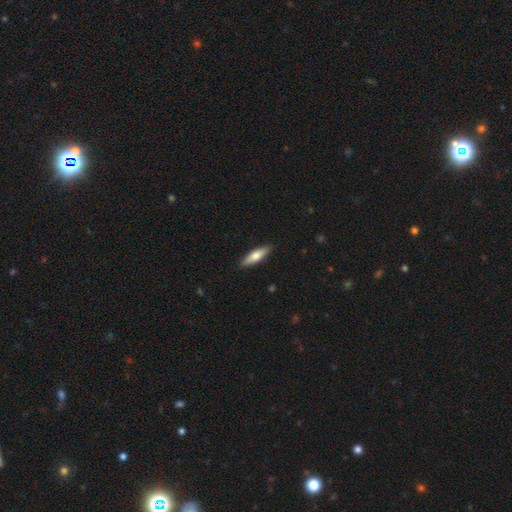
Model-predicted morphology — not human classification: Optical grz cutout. It shows a smooth galaxy with no disk features (66%) that is cigar-shaped (65%). Merging: none (89%).